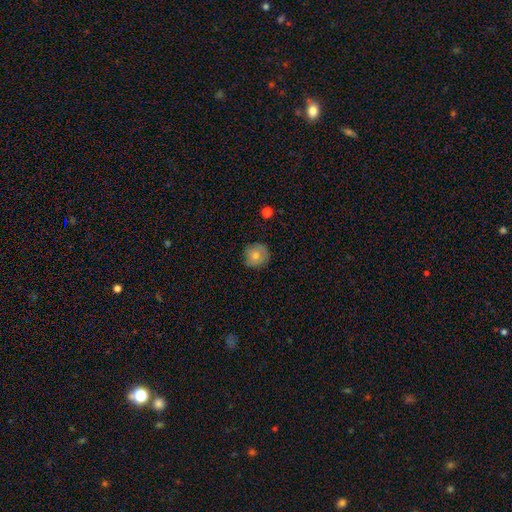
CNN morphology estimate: smooth_or_featured: smooth (p=0.72) [alt: featured or disk p=0.19]
how_rounded: round (p=0.92) [alt: in between p=0.07]
merging: none (p=0.79) [alt: minor disturbance p=0.16]